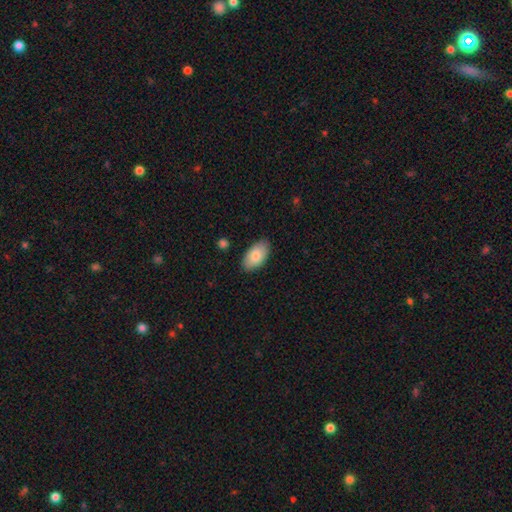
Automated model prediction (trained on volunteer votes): This appears to be a smooth galaxy with no disk features (83%) that is in between round and cigar-shaped (95%). Merging: none (85%).